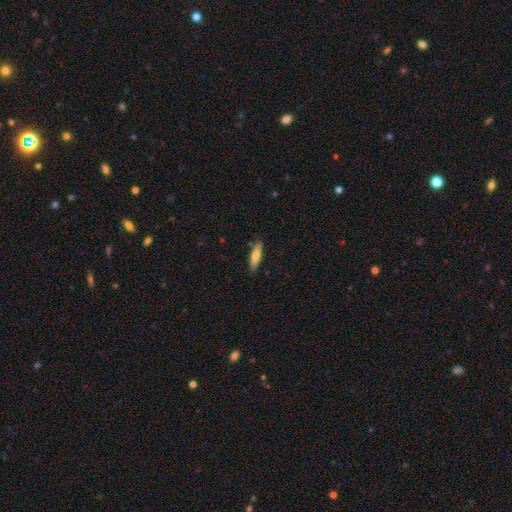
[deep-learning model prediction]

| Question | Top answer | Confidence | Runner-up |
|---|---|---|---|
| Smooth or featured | smooth | 74% | featured or disk (20%) |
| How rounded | cigar-shaped | 76% | in between (23%) |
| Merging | none | 85% | minor disturbance (11%) |